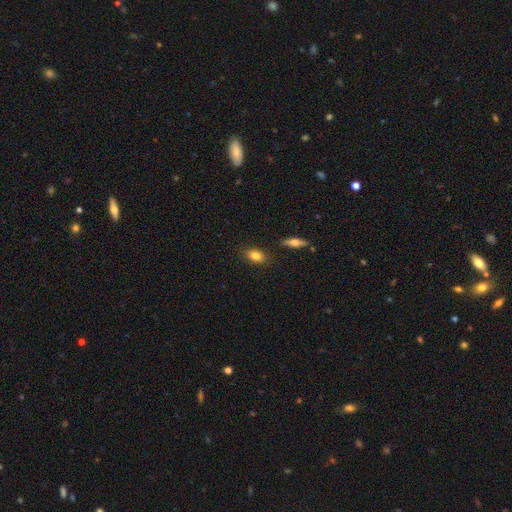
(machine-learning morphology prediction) Smooth or featured? smooth (81%)
How rounded? in between (81%)
Merging? none (84%)